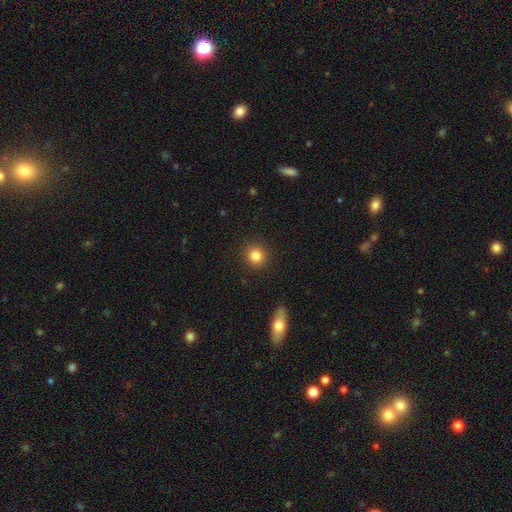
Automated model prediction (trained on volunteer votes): Smooth or featured? Predicted: smooth (p=0.83). How rounded? Predicted: round (p=0.92). Merging? Predicted: none (p=0.91).